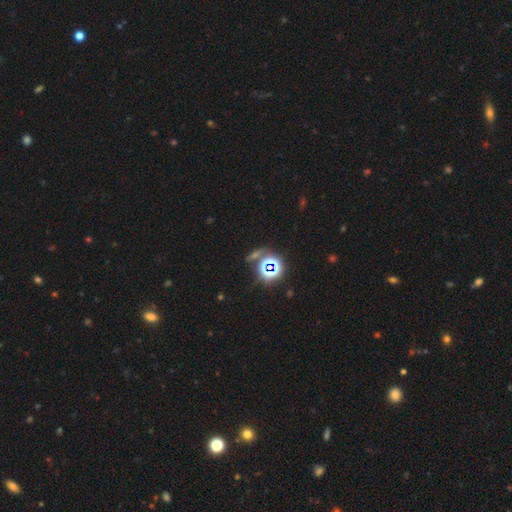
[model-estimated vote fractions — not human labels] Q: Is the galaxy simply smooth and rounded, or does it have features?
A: star or artifact — 75%.